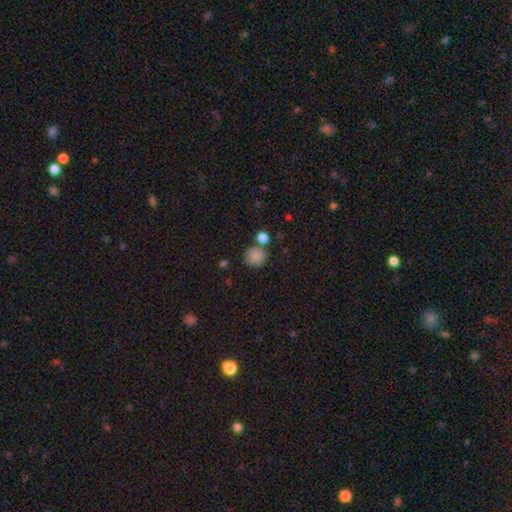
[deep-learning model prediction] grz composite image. It shows a smooth galaxy with no disk features (85%) that is round (87%). Merging: none (69%).